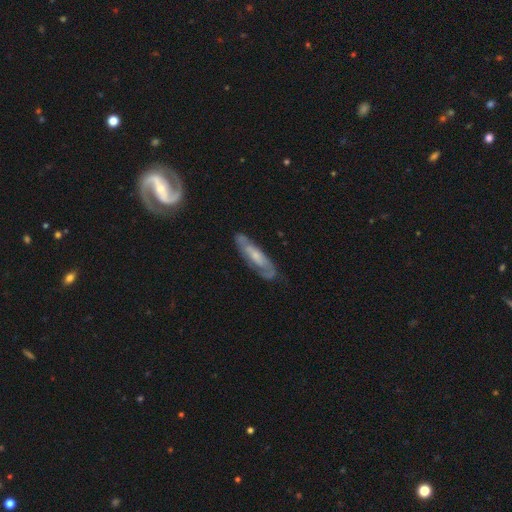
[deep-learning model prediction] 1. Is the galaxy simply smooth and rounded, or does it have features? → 66% featured or disk, 28% smooth, 6% star or artifact.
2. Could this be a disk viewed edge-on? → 72% no, 28% yes.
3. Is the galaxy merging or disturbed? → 72% none, 19% minor disturbance, 6% major disturbance, 2% merger.